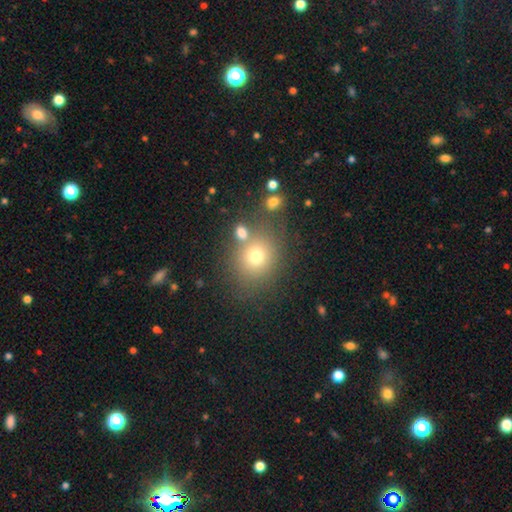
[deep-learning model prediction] Smooth or featured? smooth (71%)
How rounded? round (72%)
Merging? none (69%)